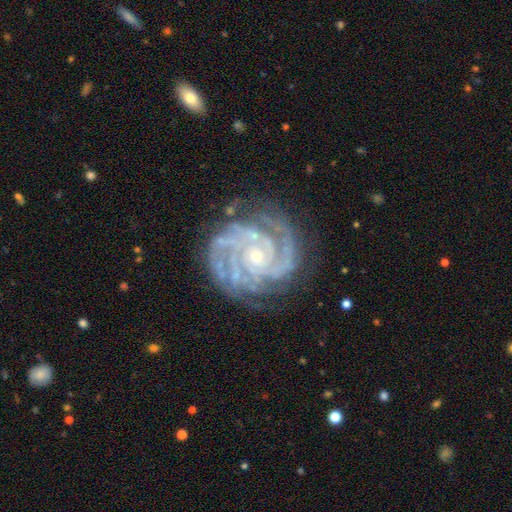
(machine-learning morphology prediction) Q: Smooth or featured?
A: featured or disk (92%); runner-up: star or artifact (5%)
Q: Edge-on disk?
A: no (98%); runner-up: yes (2%)
Q: Bar?
A: no (75%); runner-up: weak (18%)
Q: Spiral arms?
A: yes (98%); runner-up: no (2%)
Q: Spiral winding?
A: tight (76%); runner-up: medium (22%)
Q: Spiral arm count?
A: 3 (26%); runner-up: 2 (21%)
Q: Bulge size?
A: small (77%); runner-up: moderate (19%)
Q: Merging?
A: none (77%); runner-up: minor disturbance (16%)